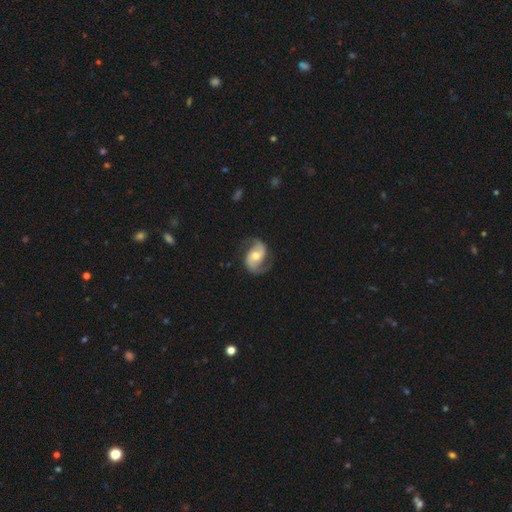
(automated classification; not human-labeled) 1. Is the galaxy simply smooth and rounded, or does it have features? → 86% featured or disk, 9% smooth, 5% star or artifact.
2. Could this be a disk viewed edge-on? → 98% no, 2% yes.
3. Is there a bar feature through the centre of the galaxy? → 50% no, 35% weak, 15% strong.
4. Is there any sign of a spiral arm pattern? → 96% yes, 4% no.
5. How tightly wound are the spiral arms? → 47% medium, 37% loose, 16% tight.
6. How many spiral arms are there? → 92% 2, 3% can't tell, 2% 1, 1% 3, 1% 4, 1% more than 4.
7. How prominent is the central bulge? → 69% moderate, 21% small, 7% large, 1% none, 1% dominant.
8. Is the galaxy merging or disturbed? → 75% none, 16% minor disturbance, 8% major disturbance, 1% merger.